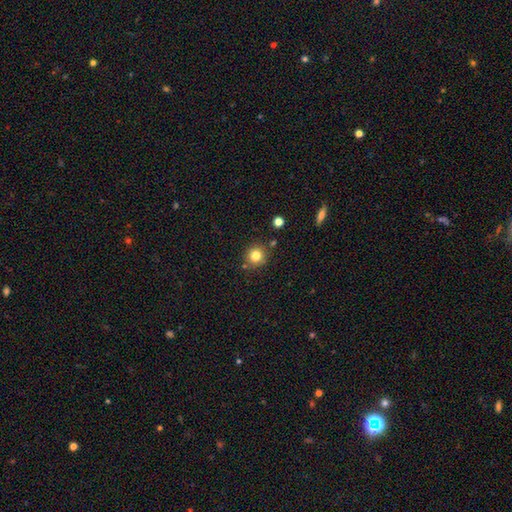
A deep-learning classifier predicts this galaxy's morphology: smooth-or-featured: smooth: 81% | star or artifact: 12% | featured or disk: 7%
  how-rounded: round: 92% | in between: 7% | cigar-shaped: 1%
  merging: none: 83% | minor disturbance: 9% | merger: 6% | major disturbance: 3%